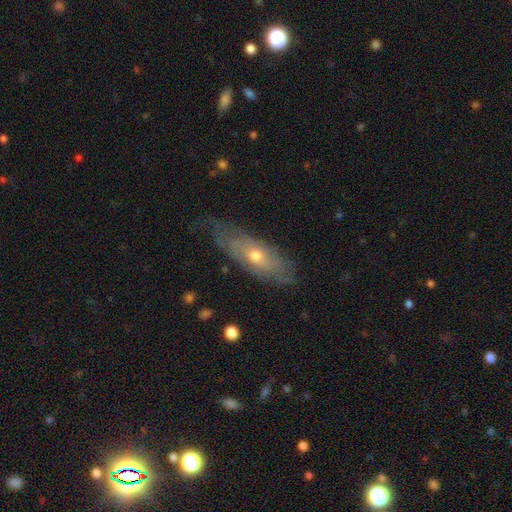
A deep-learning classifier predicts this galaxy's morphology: Overall: featured or disk (58%; smooth 34%). Edge-on disk: no (64%; yes 36%). Merging: none (66%; minor disturbance 26%).